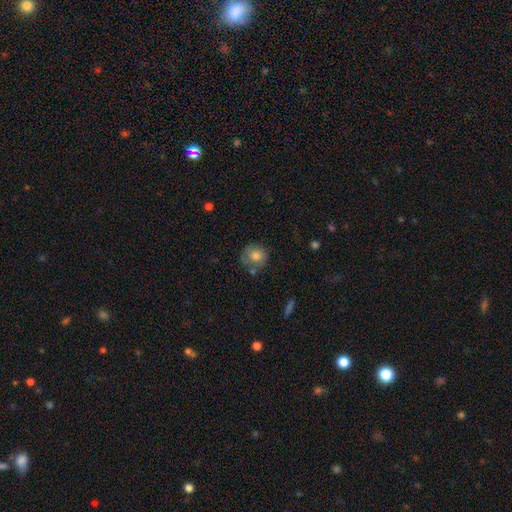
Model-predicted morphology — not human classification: type=smooth (74%); roundness=round (84%); merging=none (61%).